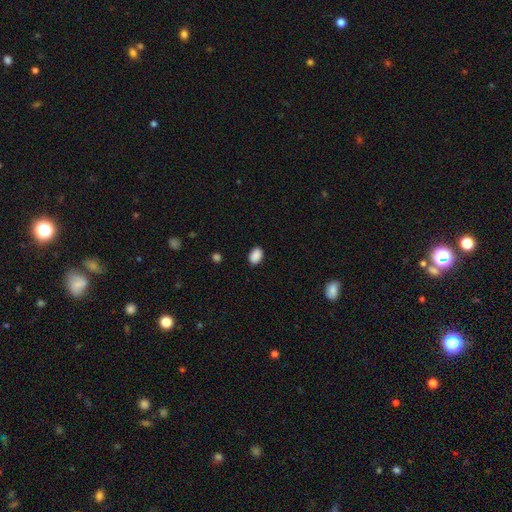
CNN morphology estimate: Q: Smooth or featured?
A: smooth (90%); runner-up: star or artifact (8%)
Q: How rounded?
A: in between (82%); runner-up: round (17%)
Q: Merging?
A: none (88%); runner-up: minor disturbance (9%)